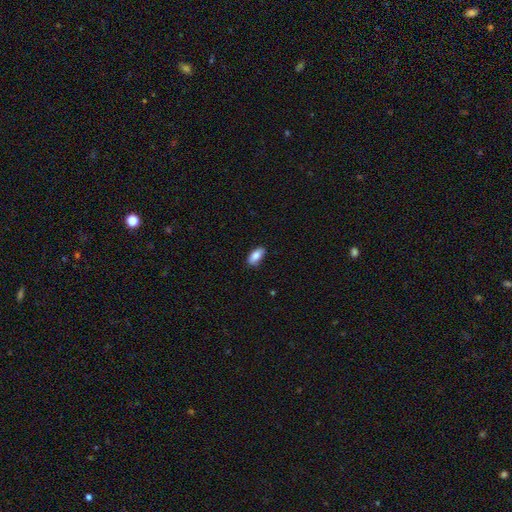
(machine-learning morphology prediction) This is clearly a smooth galaxy (85%). How rounded: clearly in between (90%). Merging: clearly none (84%).